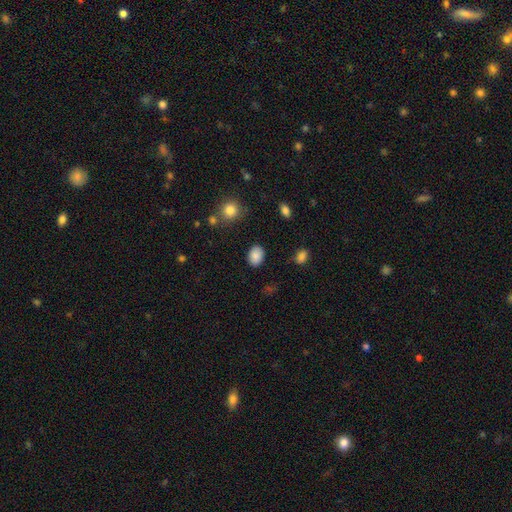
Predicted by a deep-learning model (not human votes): Smooth or featured? Predicted: smooth (p=0.86). How rounded? Predicted: in between (p=0.69). Merging? Predicted: none (p=0.86).